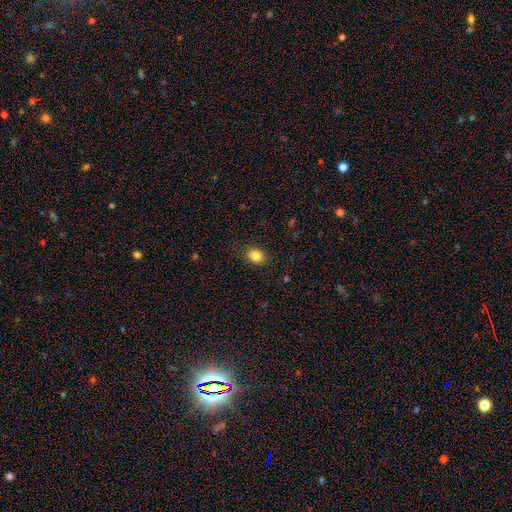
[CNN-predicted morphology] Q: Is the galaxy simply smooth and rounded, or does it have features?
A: smooth — 84%.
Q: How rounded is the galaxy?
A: in between — 57%.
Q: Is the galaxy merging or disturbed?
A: none — 87%.